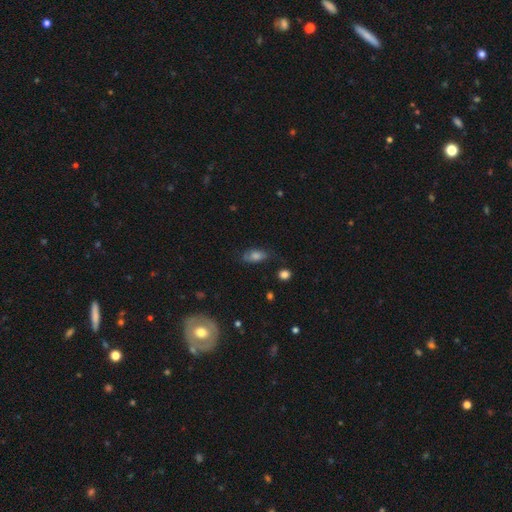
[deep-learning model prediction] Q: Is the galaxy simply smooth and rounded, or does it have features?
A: smooth — 61%.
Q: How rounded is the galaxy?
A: in between — 81%.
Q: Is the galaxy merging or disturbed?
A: none — 62%.